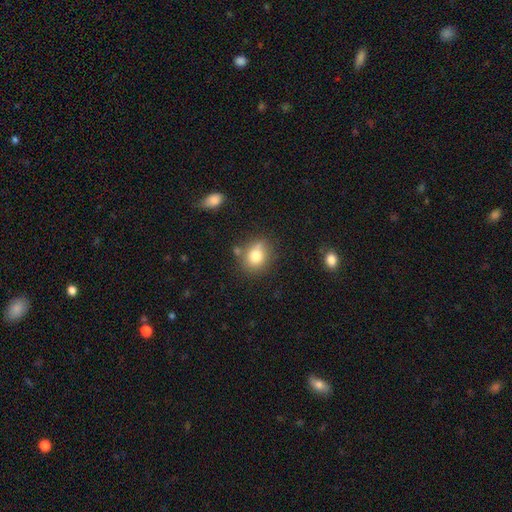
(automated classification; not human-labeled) Smooth or featured?
  - smooth: 79% *
  - featured or disk: 11%
  - star or artifact: 10%
How rounded?
  - round: 63% *
  - in between: 35%
  - cigar-shaped: 1%
Merging?
  - none: 65% *
  - minor disturbance: 19%
  - merger: 10%
  - major disturbance: 5%